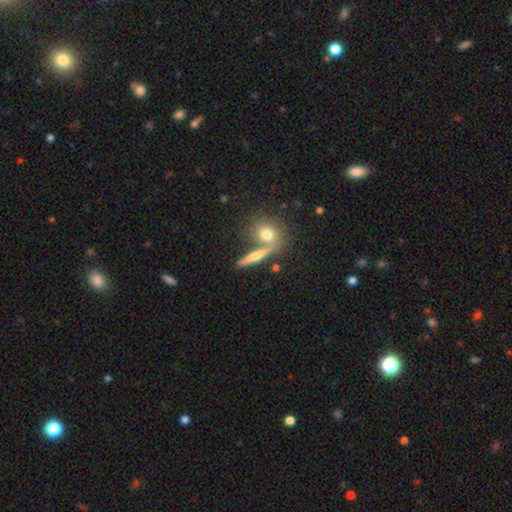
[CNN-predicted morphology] A smooth galaxy with no disk features (57%) that is cigar-shaped (52%). Merging: none (64%).